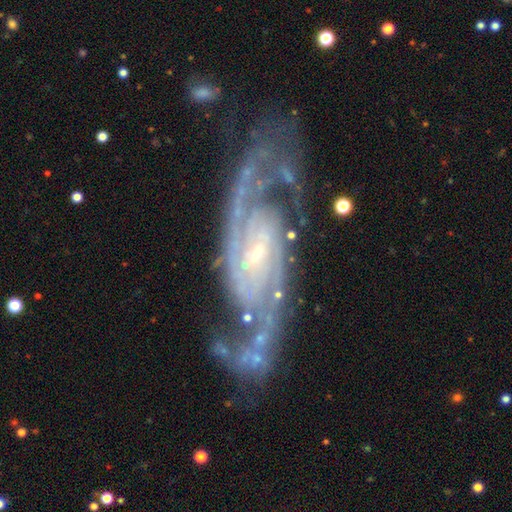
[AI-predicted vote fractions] Smooth or featured? featured or disk (92%)
Edge-on disk? no (95%)
Bar? weak (46%)
Spiral arms? yes (98%)
Spiral winding? medium (53%)
Spiral arm count? 2 (82%)
Bulge size? small (72%)
Merging? none (70%)